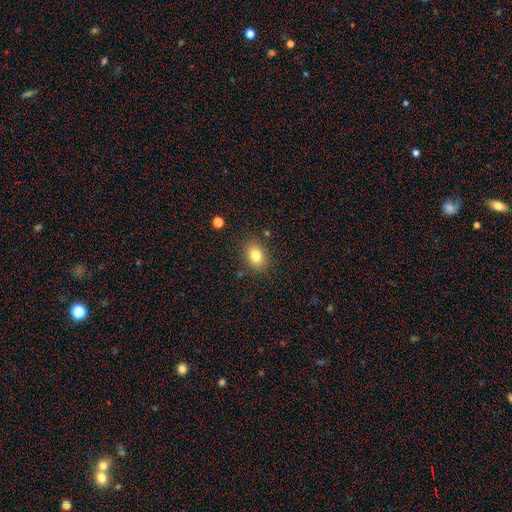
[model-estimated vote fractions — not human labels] This appears to be a smooth galaxy with no disk features (80%) that is in between round and cigar-shaped (67%). Merging: none (84%).